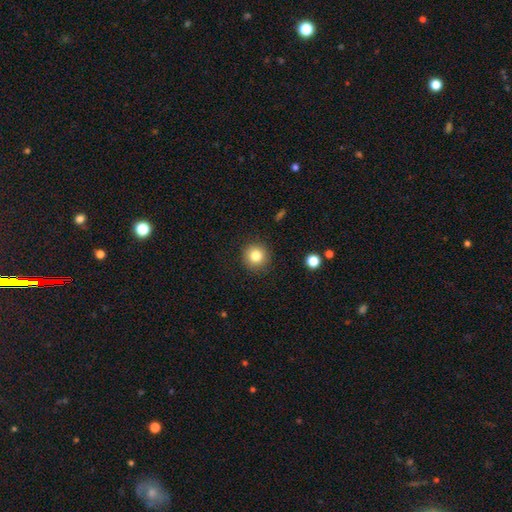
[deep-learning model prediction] A smooth galaxy with no disk features (81%) that is round (94%). Merging: none (90%).